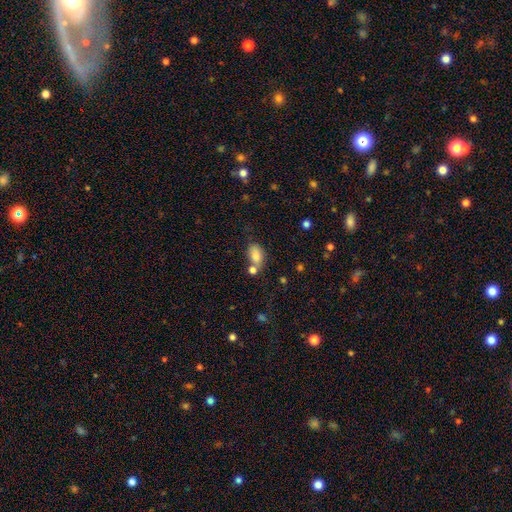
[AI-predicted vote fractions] Morphology: type=smooth (83%); roundness=in between (86%); merging=none (47%).